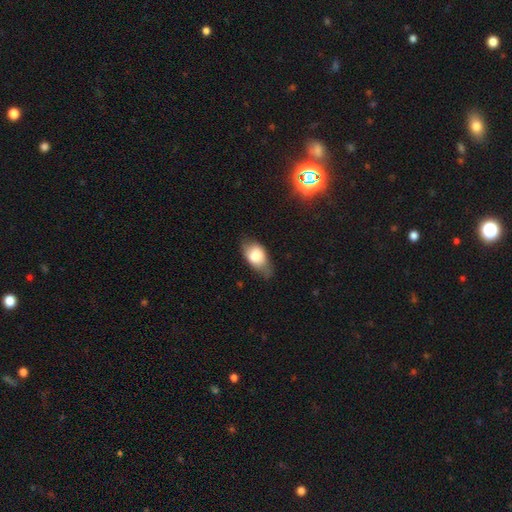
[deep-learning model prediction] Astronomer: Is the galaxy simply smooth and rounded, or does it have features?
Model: smooth — 76%.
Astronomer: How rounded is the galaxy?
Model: in between — 87%.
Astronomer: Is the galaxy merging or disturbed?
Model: none — 59%.